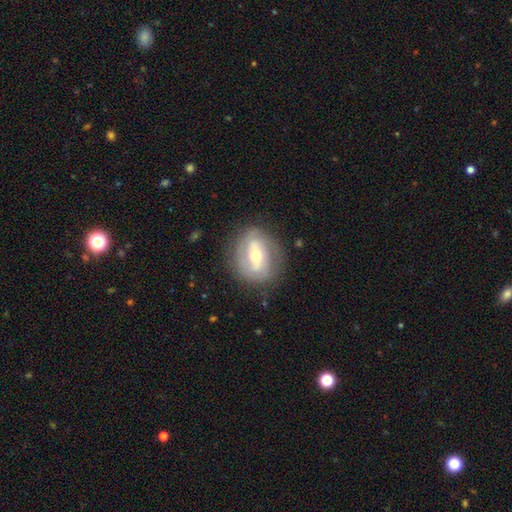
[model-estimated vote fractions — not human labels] smooth-or-featured: featured or disk: 68% | smooth: 25% | star or artifact: 7%
  disk-edge-on: no: 93% | yes: 7%
    bar: strong: 40% | weak: 36% | no: 24%
    has-spiral-arms: yes: 67% | no: 33%
    bulge-size: moderate: 64% | small: 31% | large: 4% | dominant: 1% | none: 1%
  merging: none: 78% | minor disturbance: 15% | major disturbance: 6% | merger: 1%